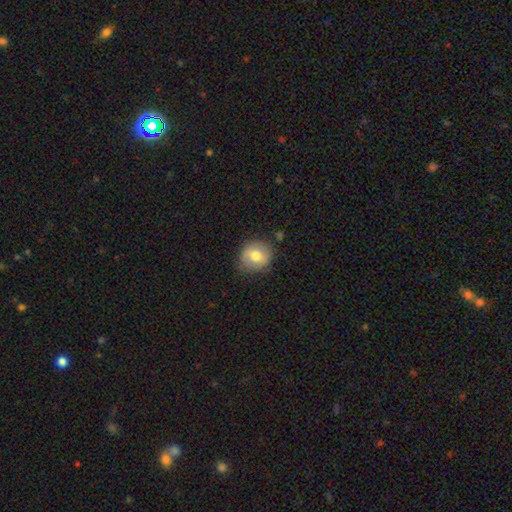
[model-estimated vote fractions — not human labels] Morphology: type=smooth (74%); roundness=round (81%); merging=none (78%).